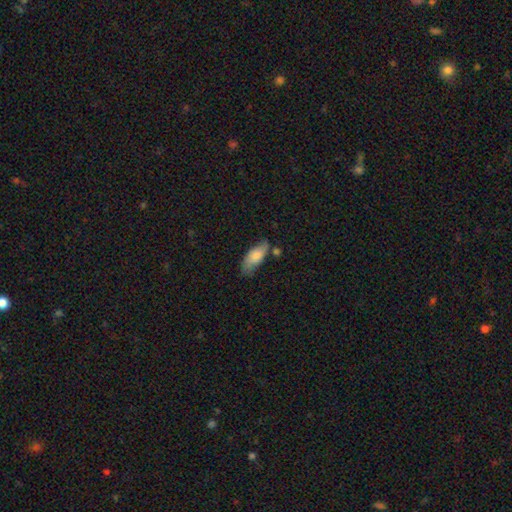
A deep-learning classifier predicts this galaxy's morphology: smooth-or-featured: smooth: 69% | featured or disk: 25% | star or artifact: 7%
  how-rounded: in between: 81% | cigar-shaped: 17% | round: 3%
  merging: none: 59% | minor disturbance: 27% | major disturbance: 7% | merger: 7%